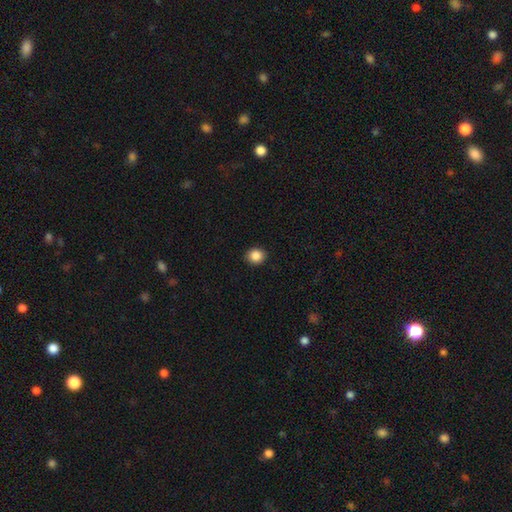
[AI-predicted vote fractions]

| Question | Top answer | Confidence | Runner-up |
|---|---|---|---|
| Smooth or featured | smooth | 87% | star or artifact (9%) |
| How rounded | round | 81% | in between (18%) |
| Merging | none | 91% | minor disturbance (6%) |